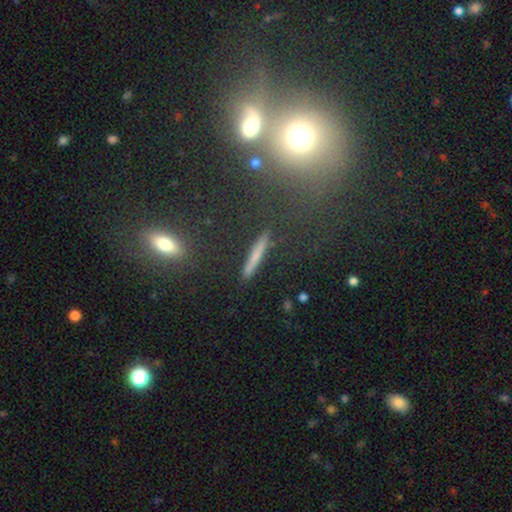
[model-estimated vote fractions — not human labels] Morphology: type=smooth (57%); roundness=cigar-shaped (93%); merging=none (87%).